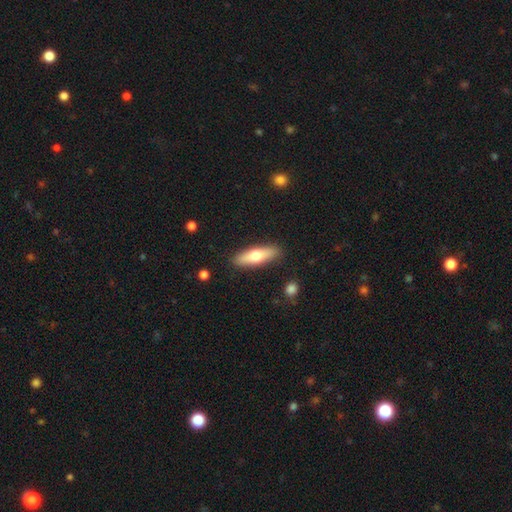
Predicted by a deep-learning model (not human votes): smooth_or_featured: smooth (p=0.62) [alt: featured or disk p=0.32]
how_rounded: cigar-shaped (p=0.58) [alt: in between p=0.40]
merging: none (p=0.88) [alt: minor disturbance p=0.09]